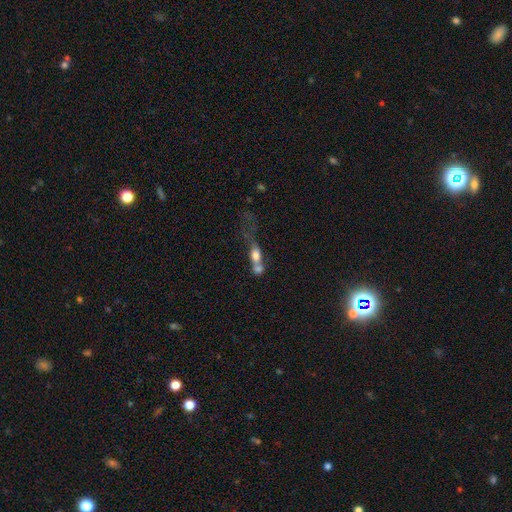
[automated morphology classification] A smooth galaxy with no disk features (65%) that is in between round and cigar-shaped (54%).

Vote fractions:
- Smooth or featured? smooth: 65% / featured or disk: 25% / star or artifact: 10%
- How rounded? in between: 54% / round: 27% / cigar-shaped: 19%
- Merging? merger: 69% / none: 13% / major disturbance: 12% / minor disturbance: 6%